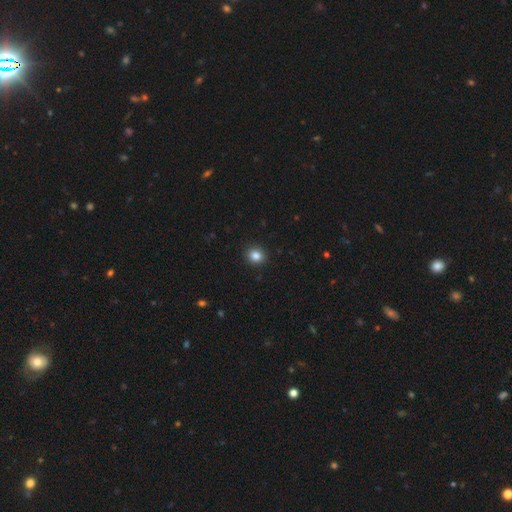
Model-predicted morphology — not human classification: Smooth or featured?
  - smooth: 85% *
  - star or artifact: 11%
  - featured or disk: 4%
How rounded?
  - round: 79% *
  - in between: 20%
  - cigar-shaped: 1%
Merging?
  - none: 91% *
  - minor disturbance: 6%
  - major disturbance: 2%
  - merger: 1%